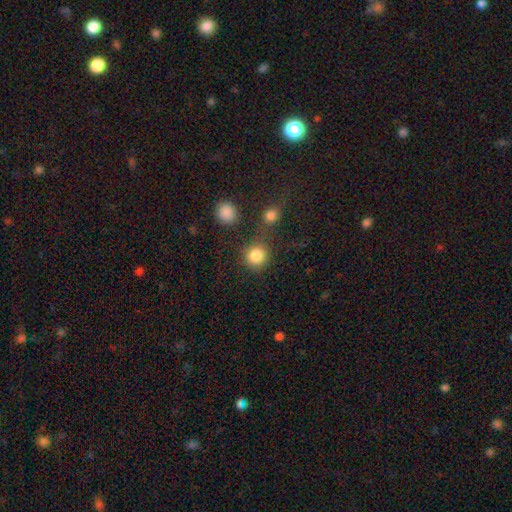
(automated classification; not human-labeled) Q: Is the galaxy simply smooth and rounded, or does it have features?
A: smooth — 84%.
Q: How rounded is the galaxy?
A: round — 91%.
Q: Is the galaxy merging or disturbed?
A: none — 70%.